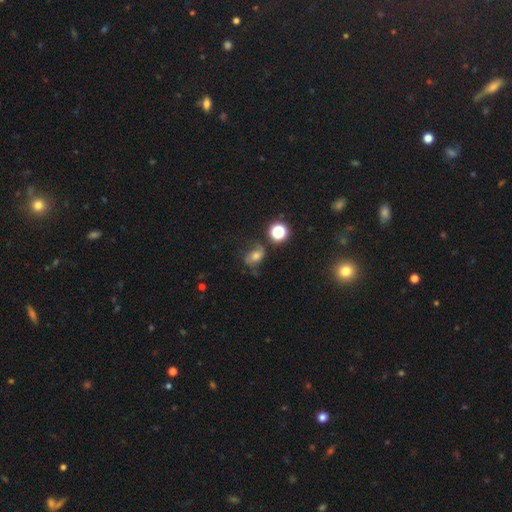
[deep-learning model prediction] Smooth or featured: smooth — 48% (featured or disk — 33%)
Merging: none — 51% (minor disturbance — 26%)